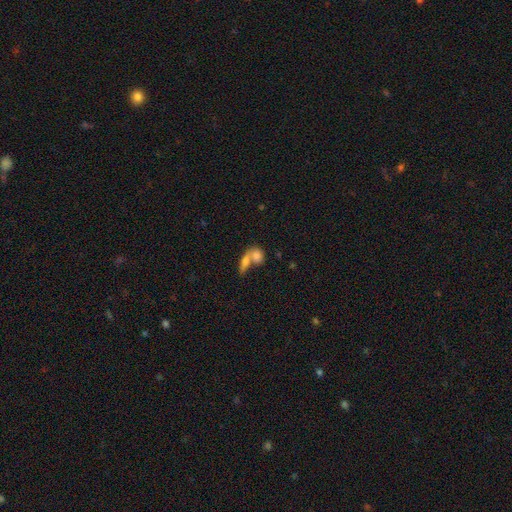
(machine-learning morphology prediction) Smooth or featured?
  - smooth: 75% *
  - featured or disk: 16%
  - star or artifact: 8%
How rounded?
  - in between: 59% *
  - round: 32%
  - cigar-shaped: 8%
Merging?
  - merger: 63% *
  - none: 25%
  - minor disturbance: 7%
  - major disturbance: 5%